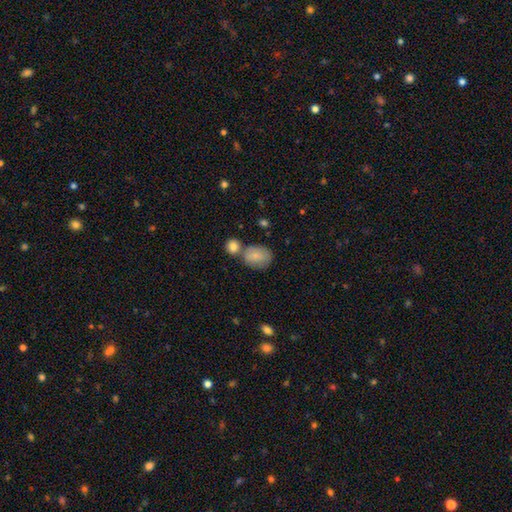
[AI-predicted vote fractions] smooth-or-featured: smooth: 80% | featured or disk: 13% | star or artifact: 7%
  how-rounded: in between: 65% | round: 34% | cigar-shaped: 1%
  merging: none: 49% | merger: 27% | minor disturbance: 18% | major disturbance: 6%